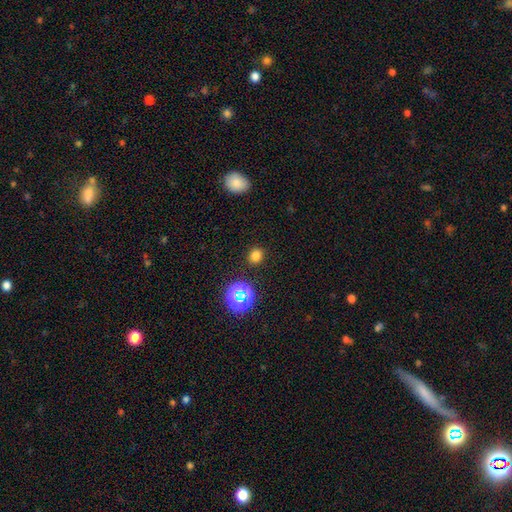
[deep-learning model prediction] Smooth or featured?
  - smooth: 76% *
  - star or artifact: 19%
  - featured or disk: 5%
How rounded?
  - round: 71% *
  - in between: 28%
  - cigar-shaped: 1%
Merging?
  - none: 88% *
  - minor disturbance: 7%
  - major disturbance: 3%
  - merger: 2%